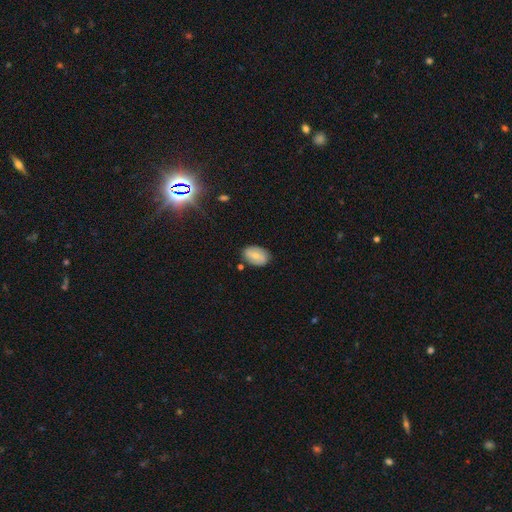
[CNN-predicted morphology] Q: Smooth or featured?
A: smooth (59%); runner-up: featured or disk (33%)
Q: How rounded?
A: in between (87%); runner-up: round (12%)
Q: Merging?
A: none (81%); runner-up: minor disturbance (14%)